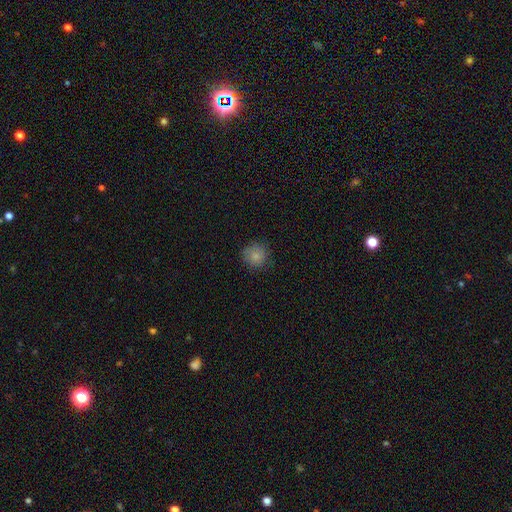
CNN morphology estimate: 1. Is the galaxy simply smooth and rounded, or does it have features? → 84% smooth, 10% star or artifact, 6% featured or disk.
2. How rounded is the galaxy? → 90% round, 9% in between, 1% cigar-shaped.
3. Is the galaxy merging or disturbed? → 81% none, 15% minor disturbance, 3% major disturbance, 1% merger.